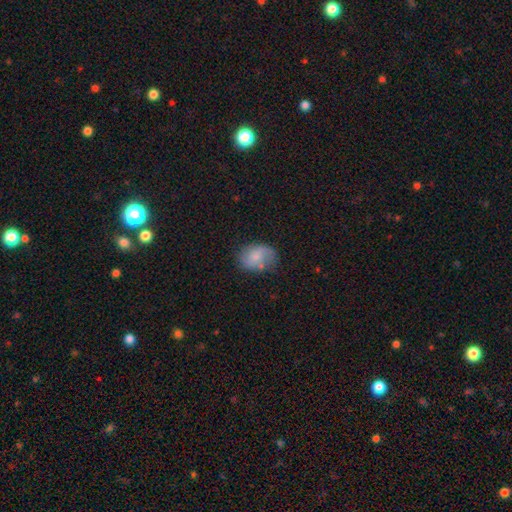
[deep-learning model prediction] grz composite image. It shows a smooth galaxy with no disk features (64%) that is in between round and cigar-shaped (74%). Merging: none (55%).